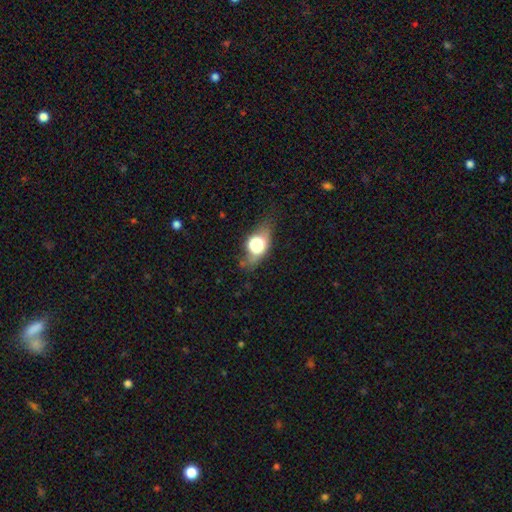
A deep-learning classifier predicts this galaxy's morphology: The model was most divided on "how rounded": in between: 56%, round: 30%, cigar-shaped: 13%. More confident: merging — none (72%); smooth or featured — smooth (54%).